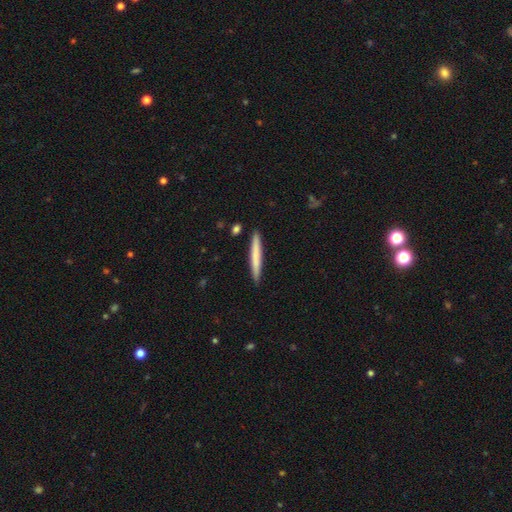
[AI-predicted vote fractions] This appears to be a smooth galaxy with no disk features (70%) that is cigar-shaped (97%). Merging: none (91%).